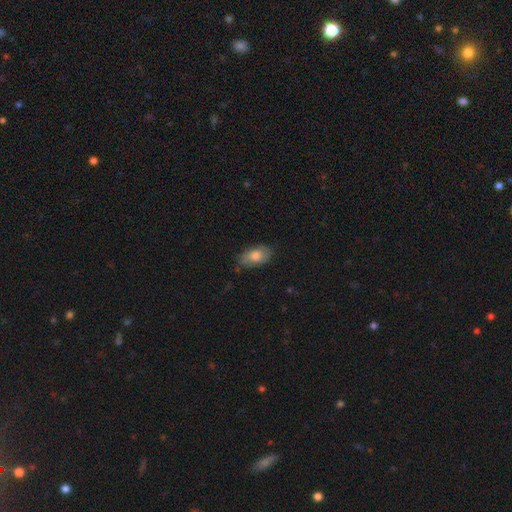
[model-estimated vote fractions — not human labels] Smooth or featured? smooth (74%)
How rounded? in between (92%)
Merging? none (69%)